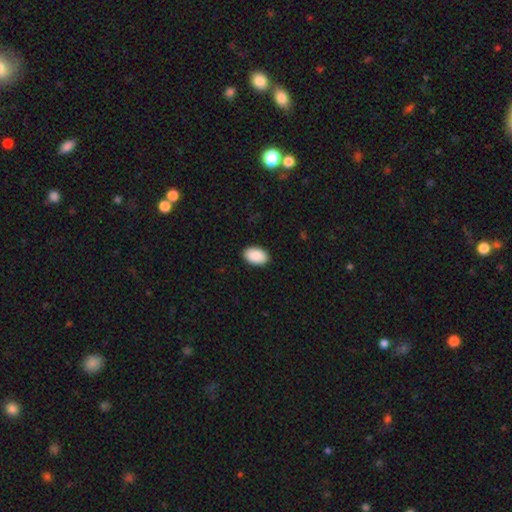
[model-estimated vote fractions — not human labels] This appears to be a smooth galaxy with no disk features (92%) that is in between round and cigar-shaped (93%). Merging: none (91%).